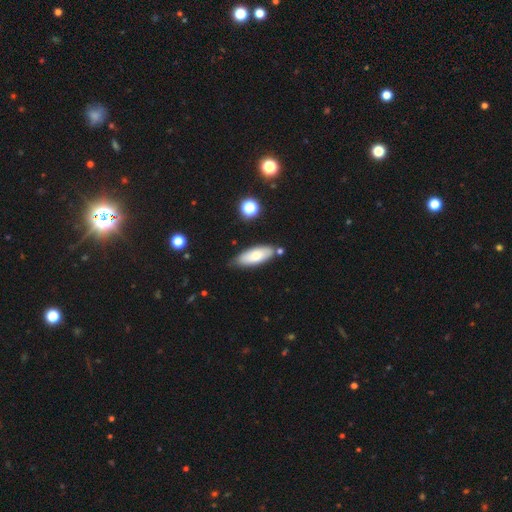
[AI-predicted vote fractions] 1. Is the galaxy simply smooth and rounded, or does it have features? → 73% smooth, 20% featured or disk, 7% star or artifact.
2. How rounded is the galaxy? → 74% in between, 24% cigar-shaped, 2% round.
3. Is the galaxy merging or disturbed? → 75% none, 17% minor disturbance, 5% merger, 3% major disturbance.